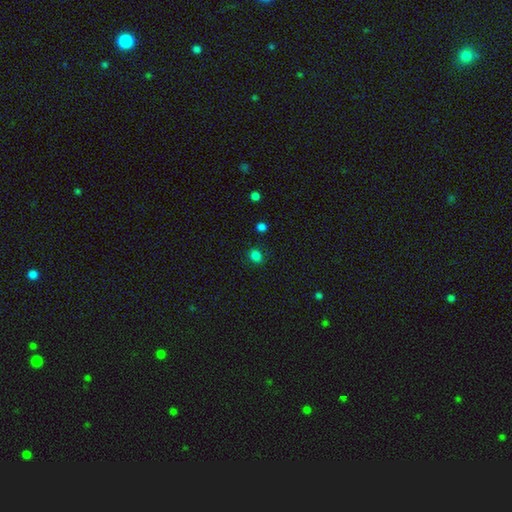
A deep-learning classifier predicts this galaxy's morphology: This appears to be a smooth galaxy with no disk features (81%) that is round (62%). Merging: none (85%).